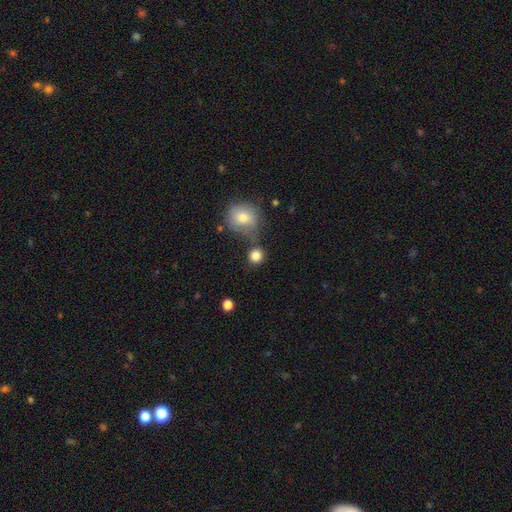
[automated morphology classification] smooth 84%, star or artifact 10%, featured or disk 5%. Down the decision tree: how rounded — round (88%); merging — none (71%).